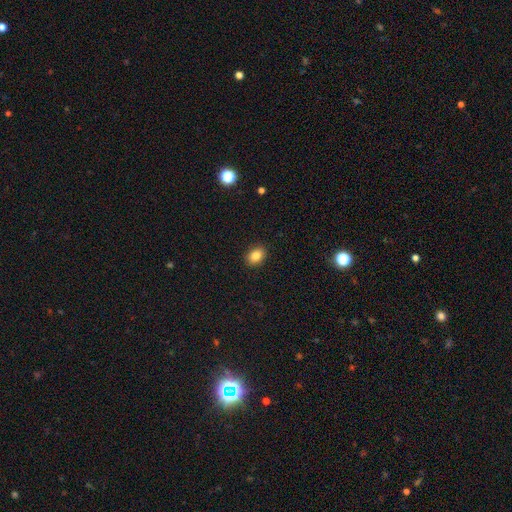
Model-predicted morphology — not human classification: Smooth or featured? Predicted: smooth (p=0.85). How rounded? Predicted: in between (p=0.68). Merging? Predicted: none (p=0.90).